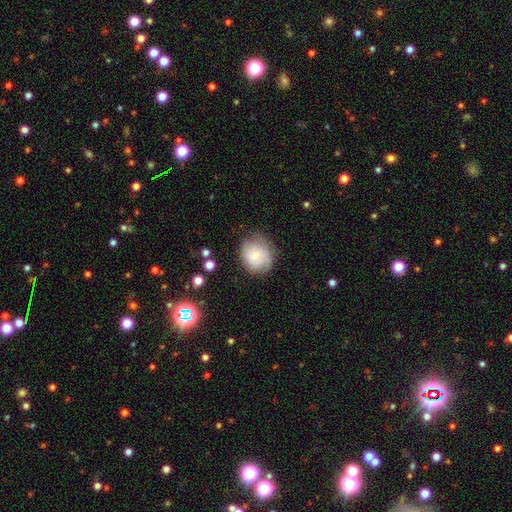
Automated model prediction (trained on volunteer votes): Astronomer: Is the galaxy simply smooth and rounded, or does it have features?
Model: smooth — 65%.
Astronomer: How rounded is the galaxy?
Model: round — 81%.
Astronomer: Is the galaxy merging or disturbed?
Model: none — 73%.